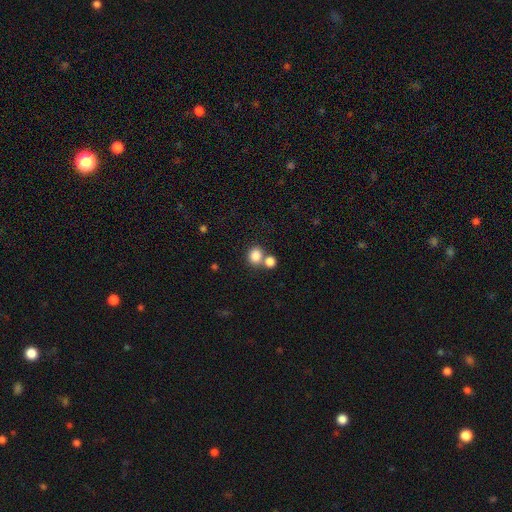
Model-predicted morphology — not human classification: smooth_or_featured: smooth (p=0.83) [alt: star or artifact p=0.10]
how_rounded: round (p=0.75) [alt: in between p=0.24]
merging: none (p=0.53) [alt: merger p=0.36]